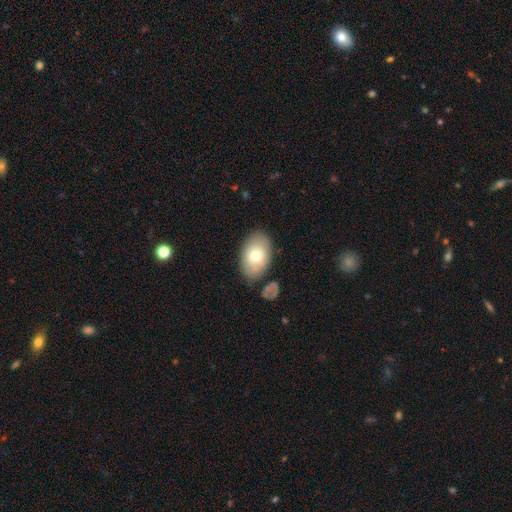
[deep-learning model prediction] Morphology: type=smooth (76%); roundness=in between (90%); merging=none (74%).